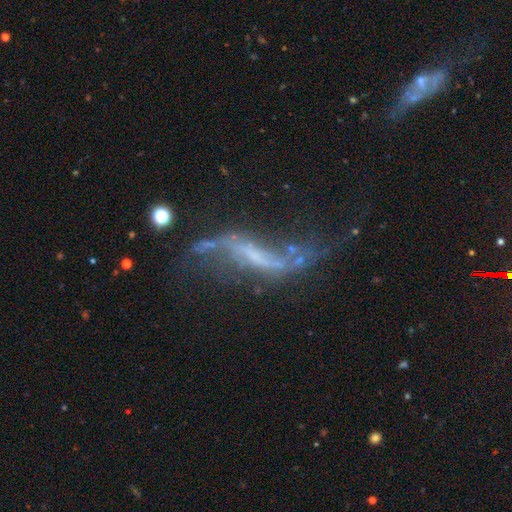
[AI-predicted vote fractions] A featured or disk galaxy (79%) with a strong bar (34%, tied with weak), spiral arms (80%) and no central bulge (46%).

Vote fractions:
- Smooth or featured? featured or disk: 79% / star or artifact: 11% / smooth: 10%
- Edge-on disk? no: 79% / yes: 21%
- Bar? strong: 34% (tied) / weak: 34% (tied) / no: 31%
- Spiral arms? yes: 80% / no: 20%
- Bulge size? none: 46% / small: 38% / moderate: 12% / large: 2% / dominant: 1%
- Merging? none: 43% / major disturbance: 26% / minor disturbance: 19% / merger: 12%